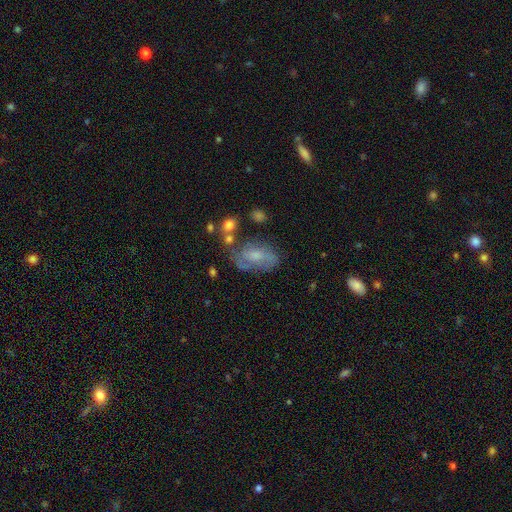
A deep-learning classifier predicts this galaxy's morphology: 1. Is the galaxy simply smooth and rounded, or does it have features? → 52% featured or disk, 38% smooth, 10% star or artifact.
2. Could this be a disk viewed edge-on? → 94% no, 6% yes.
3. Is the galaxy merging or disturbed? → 49% none, 27% minor disturbance, 17% major disturbance, 8% merger.